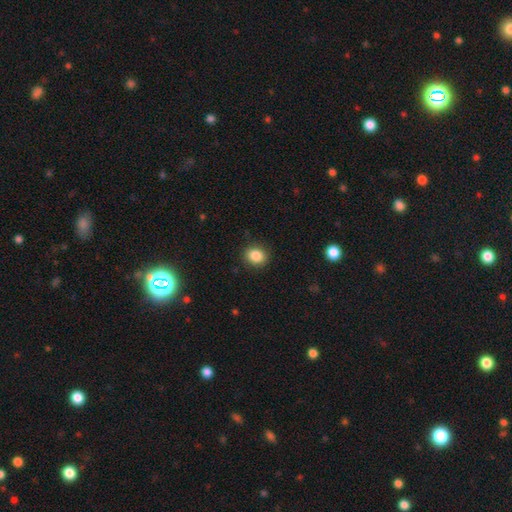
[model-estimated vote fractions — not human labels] Smooth or featured? Predicted: smooth (p=0.87). How rounded? Predicted: round (p=0.62). Merging? Predicted: none (p=0.88).